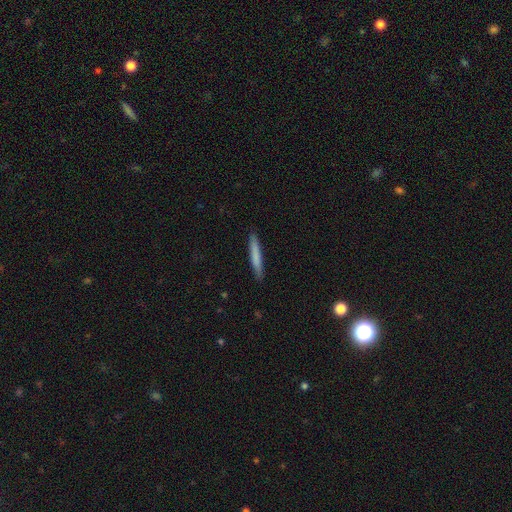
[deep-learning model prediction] smooth 75%, featured or disk 19%, star or artifact 6%. Down the decision tree: how rounded — cigar-shaped (95%); merging — none (89%).